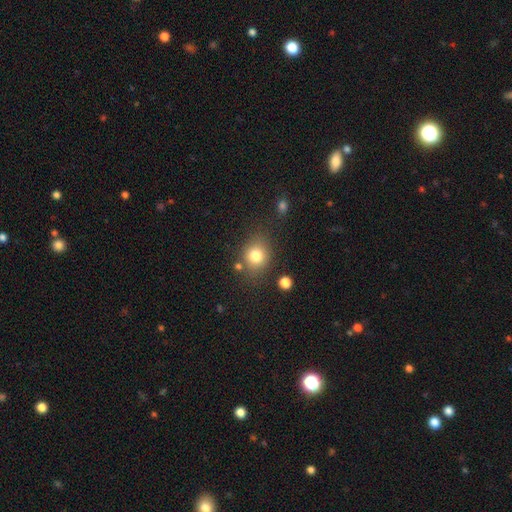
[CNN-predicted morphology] smooth-or-featured: smooth: 79% | star or artifact: 11% | featured or disk: 9%
  how-rounded: round: 67% | in between: 32% | cigar-shaped: 1%
  merging: none: 74% | minor disturbance: 14% | merger: 7% | major disturbance: 5%